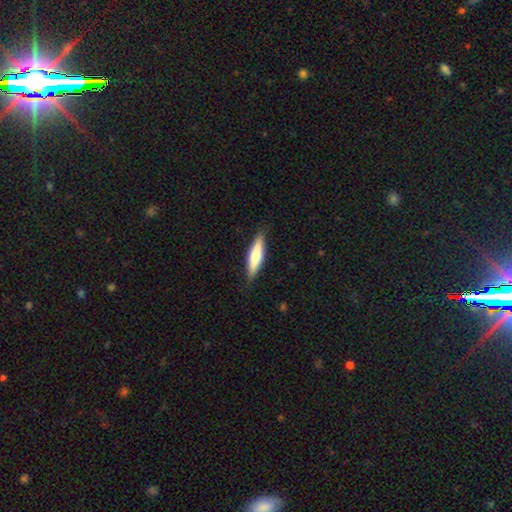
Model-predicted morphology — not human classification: smooth_or_featured: smooth (p=0.60) [alt: featured or disk p=0.35]
how_rounded: cigar-shaped (p=0.68) [alt: in between p=0.31]
merging: none (p=0.85) [alt: minor disturbance p=0.12]